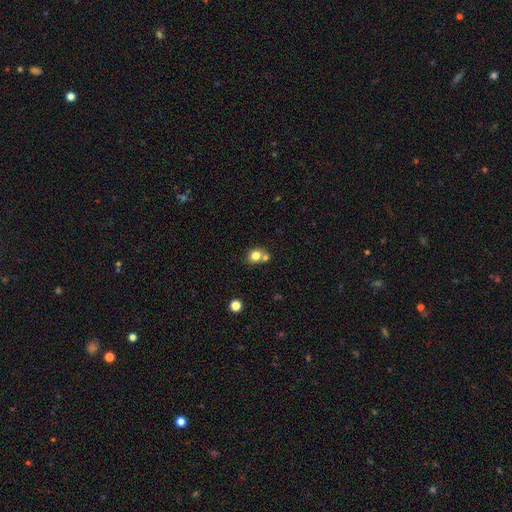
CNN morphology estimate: Smooth or featured? smooth (79%)
How rounded? round (75%)
Merging? none (52%)